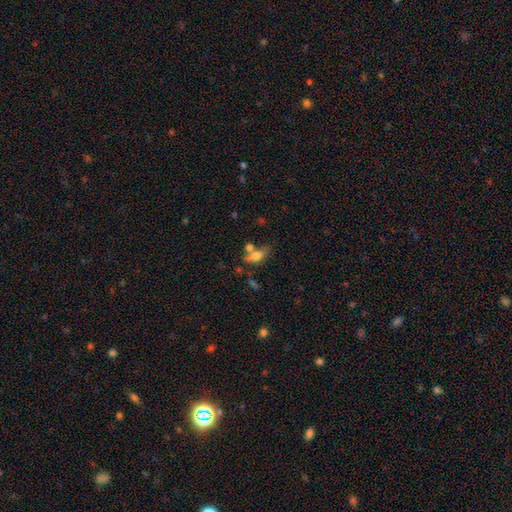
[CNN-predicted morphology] The model was most divided on "merging": none: 44%, merger: 31%, minor disturbance: 16%, major disturbance: 9%. More confident: how rounded — in between (70%); smooth or featured — smooth (64%).